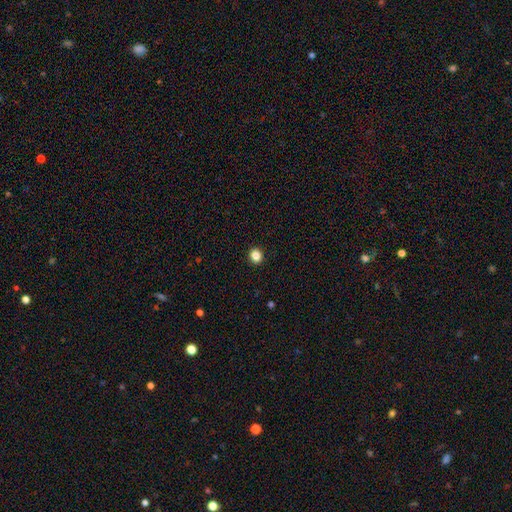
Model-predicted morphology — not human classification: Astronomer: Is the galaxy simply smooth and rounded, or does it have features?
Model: smooth — 85%.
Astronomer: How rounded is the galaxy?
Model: round — 78%.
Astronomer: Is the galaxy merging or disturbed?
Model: none — 93%.